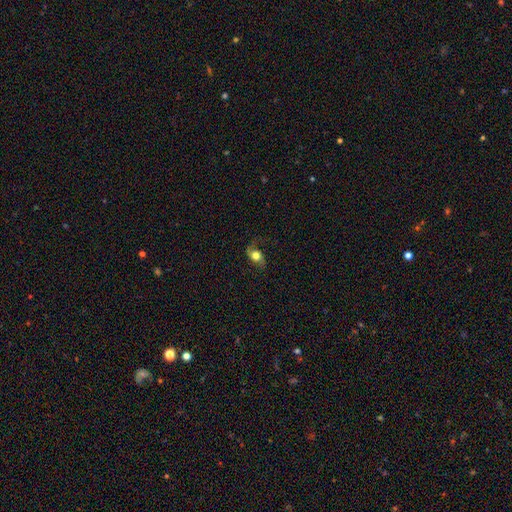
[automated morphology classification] featured or disk 50%, smooth 41%, star or artifact 9%. Down the decision tree: edge-on disk — no (92%); merging — none (65%).